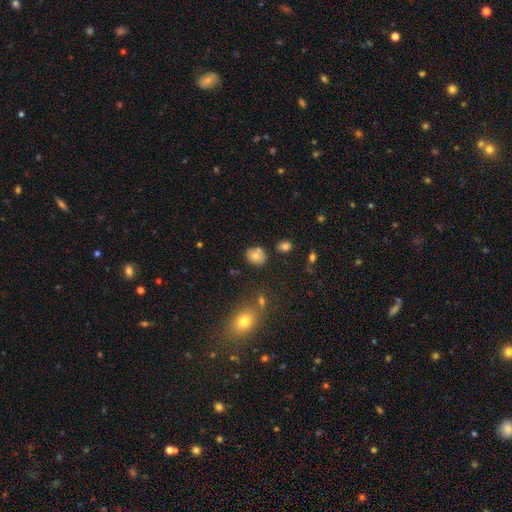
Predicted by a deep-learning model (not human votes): This is likely a smooth galaxy (70%). How rounded: possibly round (56%). Merging: likely none (74%).